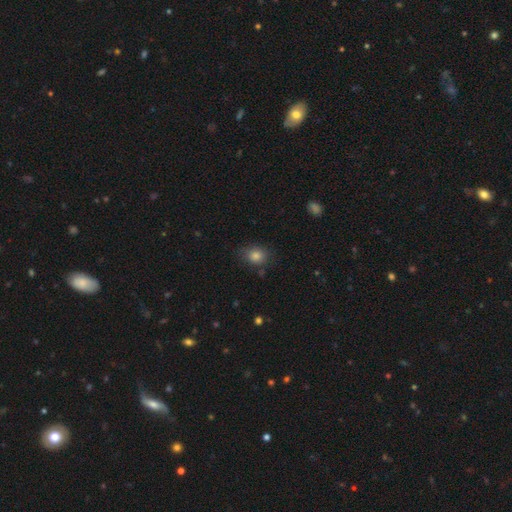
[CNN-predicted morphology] This is clearly a smooth galaxy (82%). How rounded: possibly in between (51%). Merging: likely none (75%).